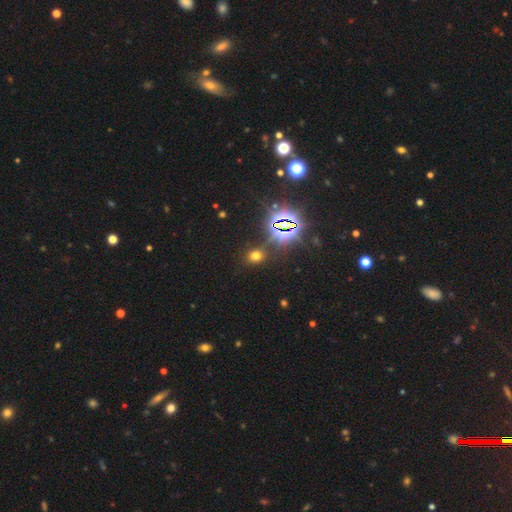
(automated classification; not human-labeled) Q: Smooth or featured?
A: smooth (54%); runner-up: star or artifact (39%)
Q: How rounded?
A: round (59%); runner-up: in between (40%)
Q: Merging?
A: none (81%); runner-up: minor disturbance (10%)